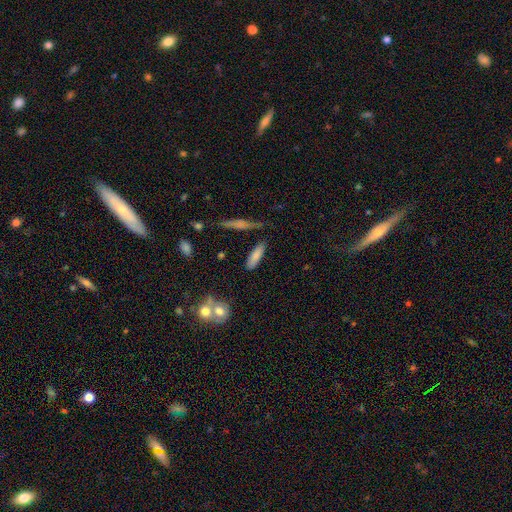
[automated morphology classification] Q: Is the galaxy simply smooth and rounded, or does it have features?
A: smooth — 80%.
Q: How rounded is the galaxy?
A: cigar-shaped — 54%.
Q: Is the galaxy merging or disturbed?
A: none — 76%.